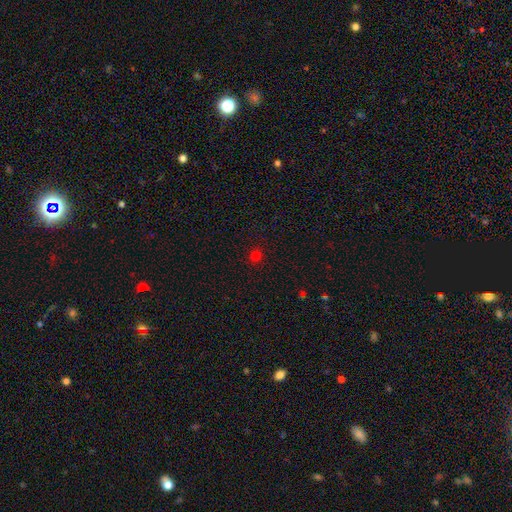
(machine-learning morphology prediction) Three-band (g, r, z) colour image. It shows a smooth galaxy with no disk features (75%) that is round (91%). Merging: none (91%).